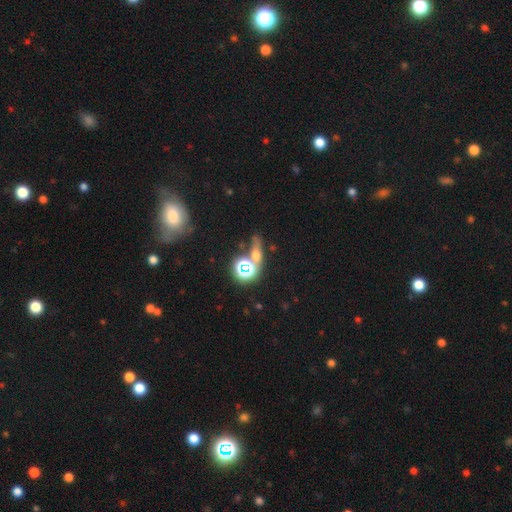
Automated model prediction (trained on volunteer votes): Smooth or featured: star or artifact — 40% (smooth — 39%)